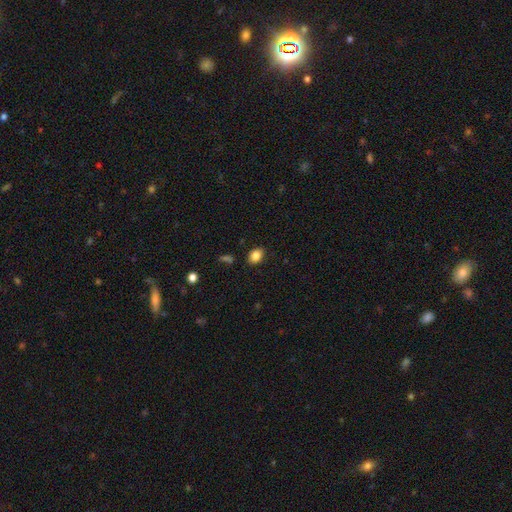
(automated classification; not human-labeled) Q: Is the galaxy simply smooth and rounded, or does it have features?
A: smooth — 85%.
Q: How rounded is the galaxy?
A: in between — 75%.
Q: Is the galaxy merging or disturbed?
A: none — 87%.